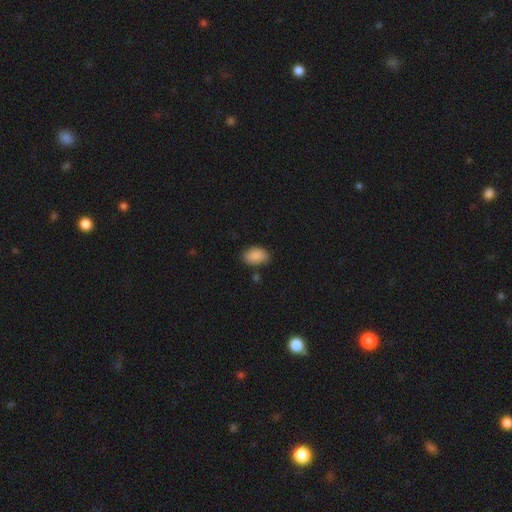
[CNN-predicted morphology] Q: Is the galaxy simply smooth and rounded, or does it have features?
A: smooth — 89%.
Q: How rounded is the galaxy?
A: in between — 88%.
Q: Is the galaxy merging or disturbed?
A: none — 77%.